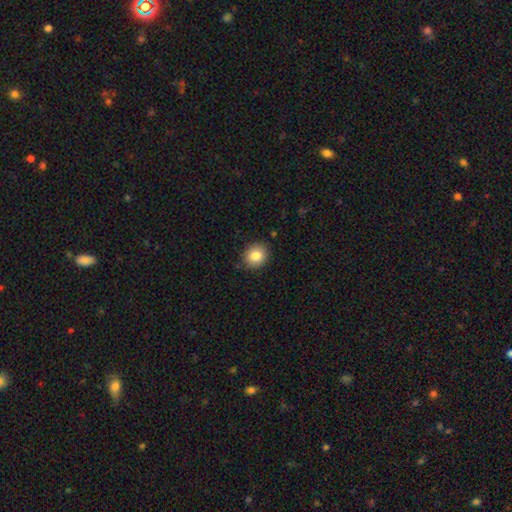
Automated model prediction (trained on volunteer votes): Q: Smooth or featured?
A: smooth (84%); runner-up: star or artifact (9%)
Q: How rounded?
A: round (73%); runner-up: in between (26%)
Q: Merging?
A: none (86%); runner-up: minor disturbance (11%)